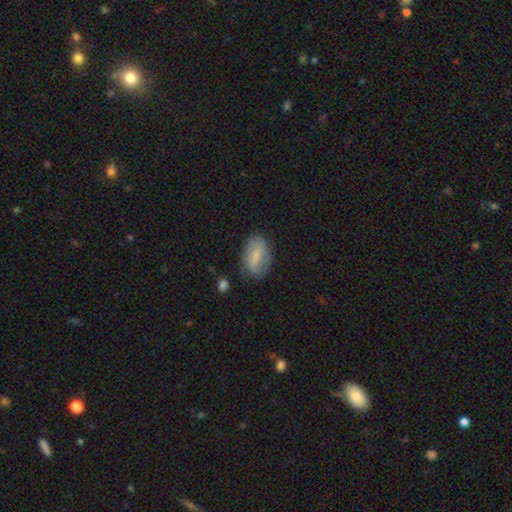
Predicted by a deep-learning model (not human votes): Smooth or featured? Predicted: smooth (p=0.64). How rounded? Predicted: in between (p=0.91). Merging? Predicted: none (p=0.67).